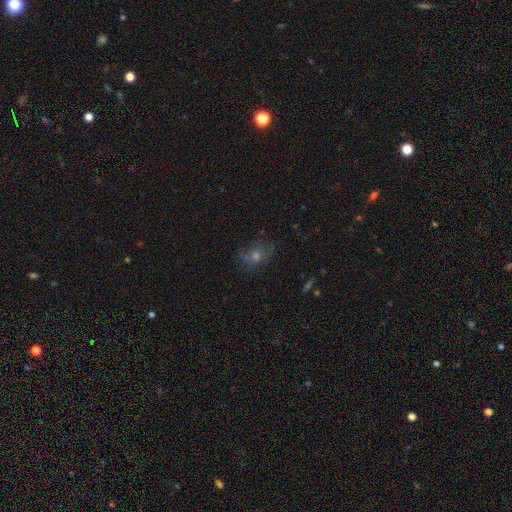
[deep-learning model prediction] This appears to be a smooth galaxy with no disk features (43%). Merging: none (68%).